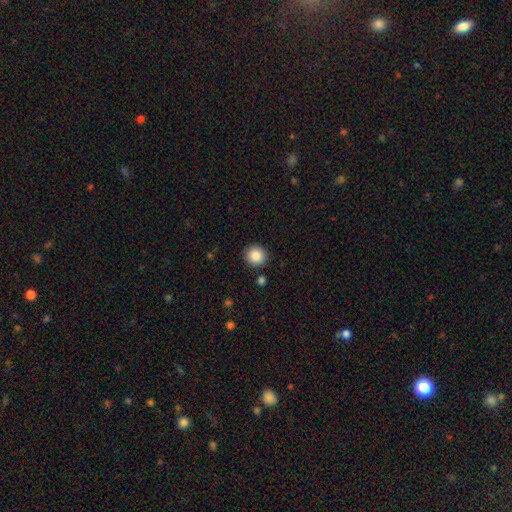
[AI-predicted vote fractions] The model was most divided on "smooth or featured": smooth: 87%, star or artifact: 9%, featured or disk: 4%. More confident: how rounded — round (92%); merging — none (90%).